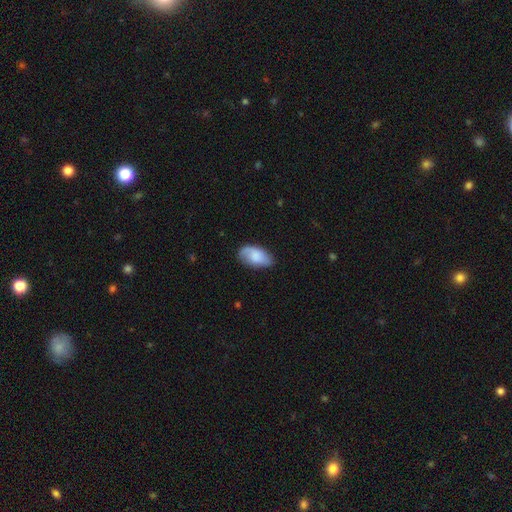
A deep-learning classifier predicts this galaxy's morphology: A smooth galaxy with no disk features (73%) that is in between round and cigar-shaped (94%).

Vote fractions:
- Smooth or featured? smooth: 73% / featured or disk: 20% / star or artifact: 7%
- How rounded? in between: 94% / round: 4% / cigar-shaped: 2%
- Merging? none: 70% / minor disturbance: 23% / major disturbance: 6% / merger: 1%